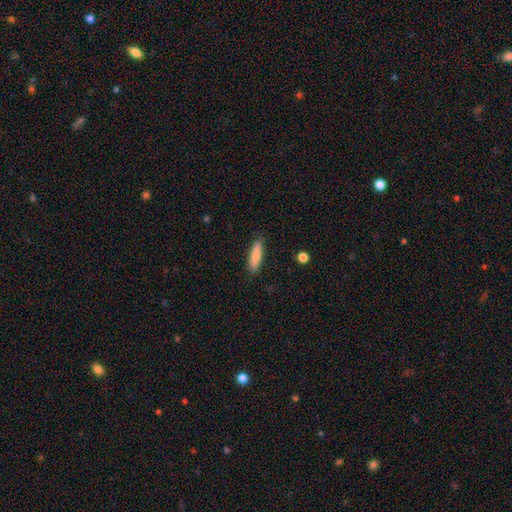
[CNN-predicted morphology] Smooth or featured?
  - smooth: 80% *
  - featured or disk: 14%
  - star or artifact: 6%
How rounded?
  - cigar-shaped: 71% *
  - in between: 27%
  - round: 2%
Merging?
  - none: 86% *
  - minor disturbance: 11%
  - major disturbance: 2%
  - merger: 1%